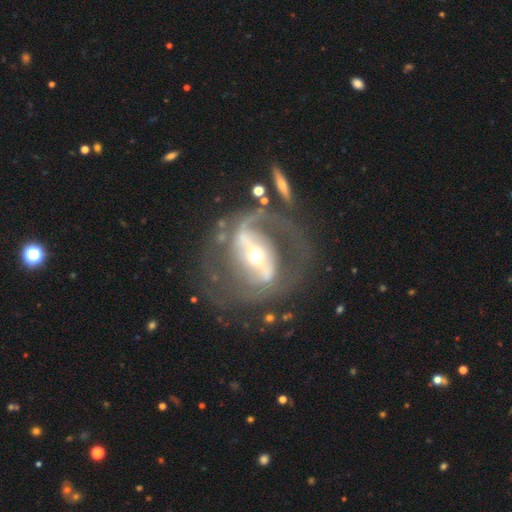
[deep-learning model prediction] Smooth or featured? featured or disk (86%)
Edge-on disk? no (94%)
Bar? strong (67%)
Spiral arms? yes (83%)
Spiral winding? medium (47%)
Spiral arm count? 2 (76%)
Bulge size? moderate (56%)
Merging? none (58%)